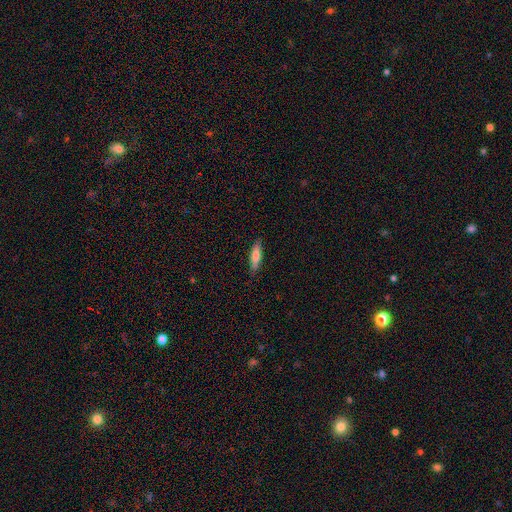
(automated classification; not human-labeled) smooth 70%, featured or disk 24%, star or artifact 6%. Down the decision tree: how rounded — cigar-shaped (70%); merging — none (86%).